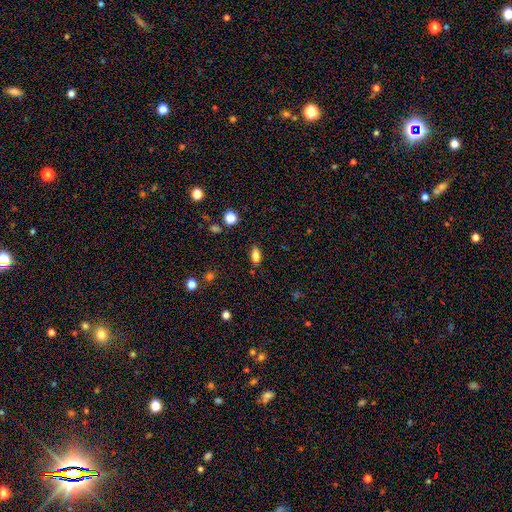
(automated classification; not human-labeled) Morphology: type=smooth (79%); roundness=in between (85%); merging=none (80%).